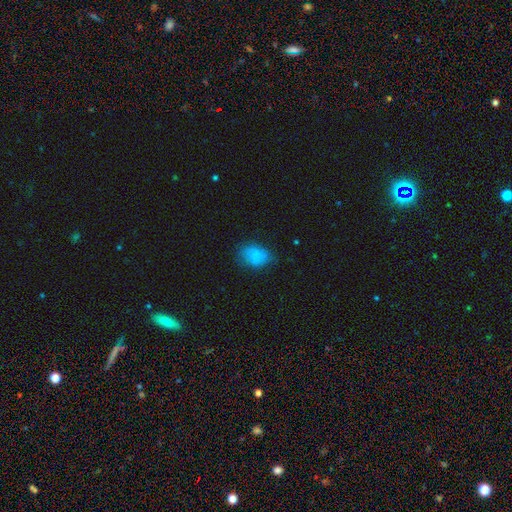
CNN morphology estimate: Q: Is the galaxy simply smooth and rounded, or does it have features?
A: smooth — 74%.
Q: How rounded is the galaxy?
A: in between — 76%.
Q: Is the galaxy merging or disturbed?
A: none — 54%.